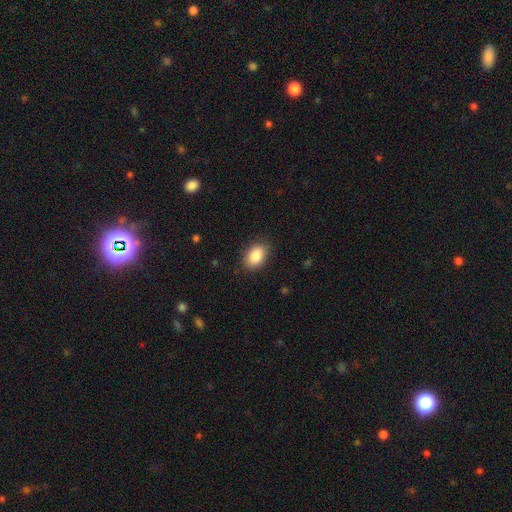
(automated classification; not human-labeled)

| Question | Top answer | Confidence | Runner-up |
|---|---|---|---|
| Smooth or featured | smooth | 87% | star or artifact (7%) |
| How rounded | in between | 85% | round (14%) |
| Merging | none | 84% | minor disturbance (12%) |